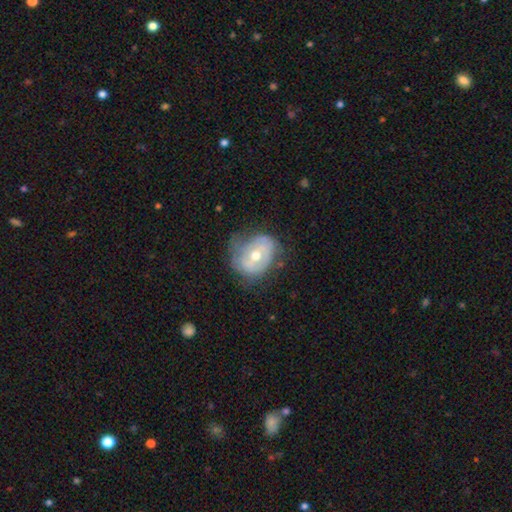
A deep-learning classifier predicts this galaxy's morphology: Smooth or featured: featured or disk — 59% (smooth — 33%)
Edge-on disk: no — 95% (yes — 5%)
Bar: no — 66% (weak — 25%)
Spiral arms: yes — 54% (no — 46%)
Bulge size: moderate — 71% (small — 23%)
Merging: none — 50% (minor disturbance — 32%)